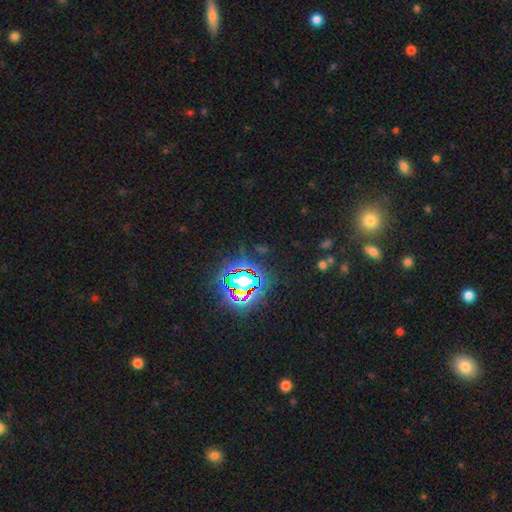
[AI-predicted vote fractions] smooth_or_featured: star or artifact (p=0.80) [alt: smooth p=0.13]